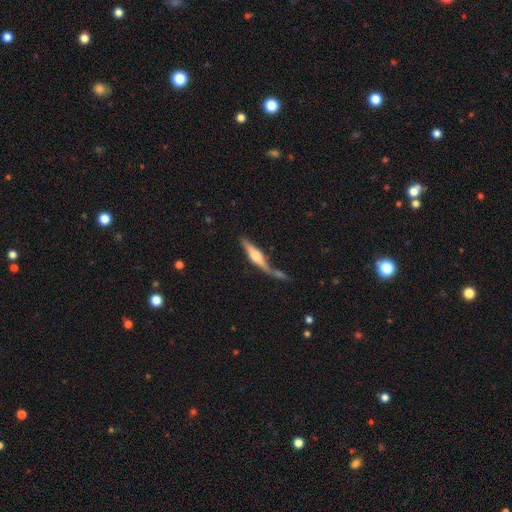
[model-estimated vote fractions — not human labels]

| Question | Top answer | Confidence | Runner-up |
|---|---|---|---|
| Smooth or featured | featured or disk | 59% | smooth (35%) |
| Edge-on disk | yes | 90% | no (10%) |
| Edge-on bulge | rounded | 79% | boxy (14%) |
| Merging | none | 39% | merger (30%) |